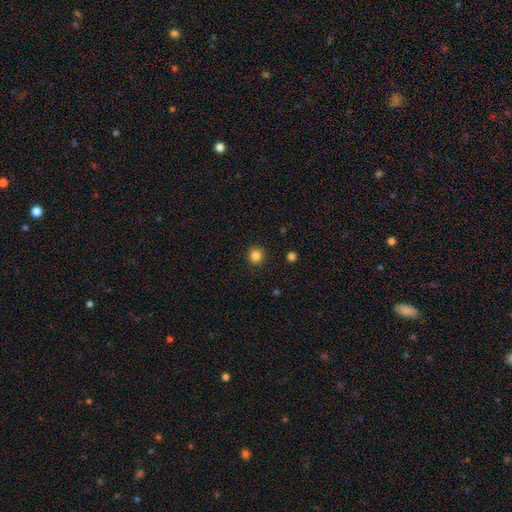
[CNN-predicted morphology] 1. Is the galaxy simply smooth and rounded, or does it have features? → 84% smooth, 12% star or artifact, 4% featured or disk.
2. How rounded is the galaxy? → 94% round, 5% in between, 1% cigar-shaped.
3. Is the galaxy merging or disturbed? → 92% none, 5% minor disturbance, 2% major disturbance, 1% merger.